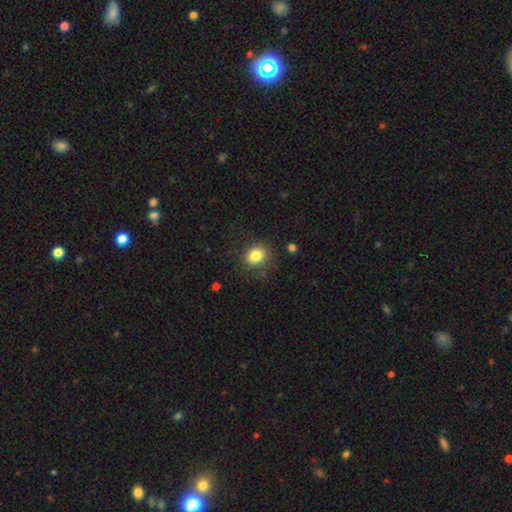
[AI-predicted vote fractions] A smooth galaxy with no disk features (83%) that is round (75%). Merging: none (82%).